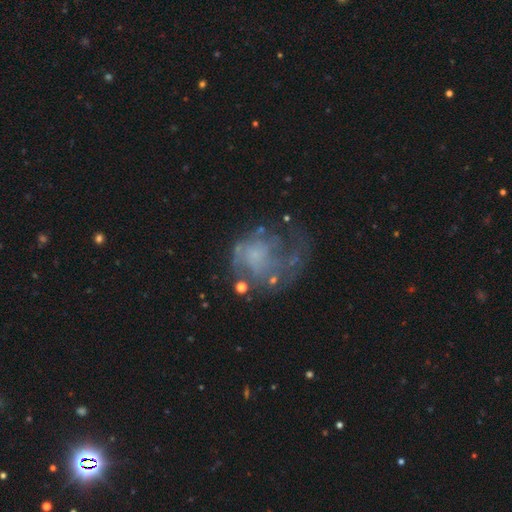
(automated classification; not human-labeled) smooth_or_featured: featured or disk (p=0.68) [alt: smooth p=0.20]
disk_edge_on: no (p=0.98) [alt: yes p=0.02]
bar: no (p=0.82) [alt: weak p=0.15]
has_spiral_arms: yes (p=0.65) [alt: no p=0.35]
bulge_size: none (p=0.47) [alt: small p=0.35]
merging: none (p=0.42) [alt: major disturbance p=0.35]